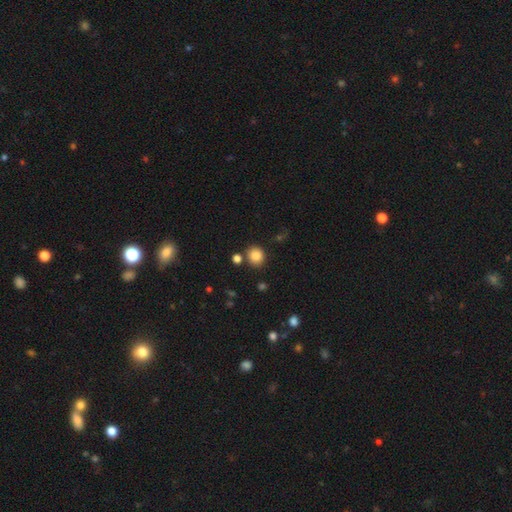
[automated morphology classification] This is clearly a smooth galaxy (85%). How rounded: likely round (79%). Merging: clearly none (80%).